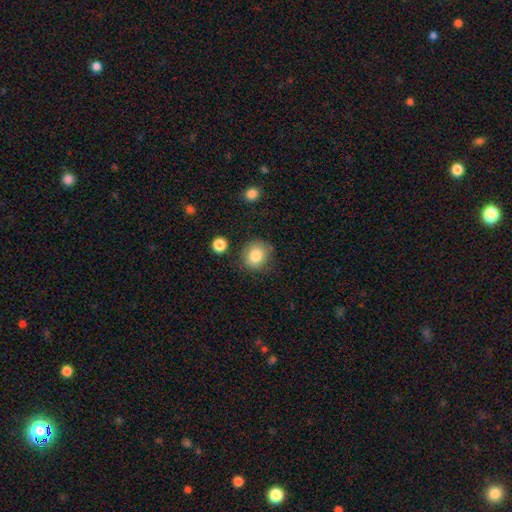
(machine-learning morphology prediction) Smooth or featured? smooth (83%)
How rounded? round (84%)
Merging? none (81%)